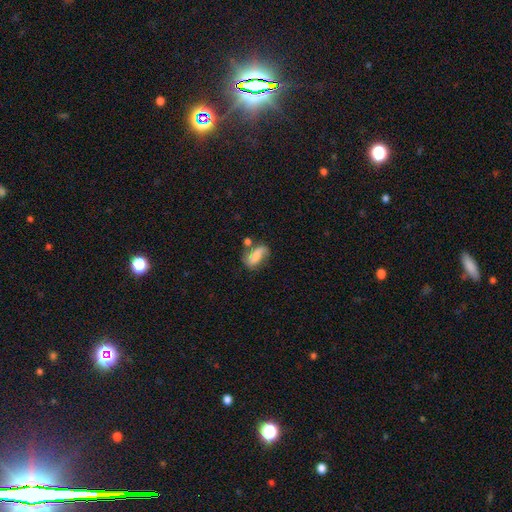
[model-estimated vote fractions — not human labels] Smooth or featured: smooth — 59% (featured or disk — 31%)
How rounded: in between — 85% (cigar-shaped — 8%)
Merging: none — 48% (minor disturbance — 25%)